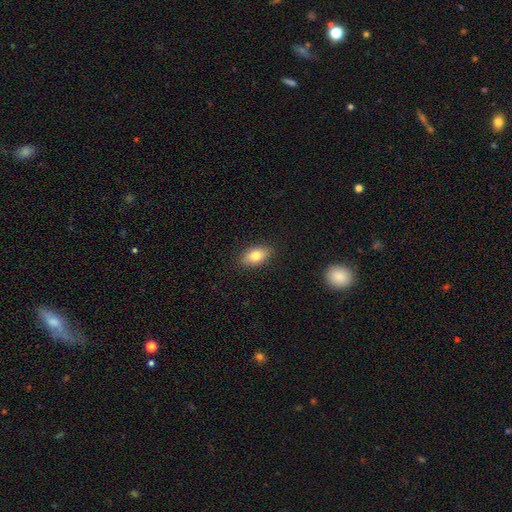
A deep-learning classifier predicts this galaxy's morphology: smooth-or-featured: smooth: 80% | featured or disk: 12% | star or artifact: 8%
  how-rounded: in between: 89% | round: 7% | cigar-shaped: 4%
  merging: none: 88% | minor disturbance: 9% | major disturbance: 2% | merger: 1%